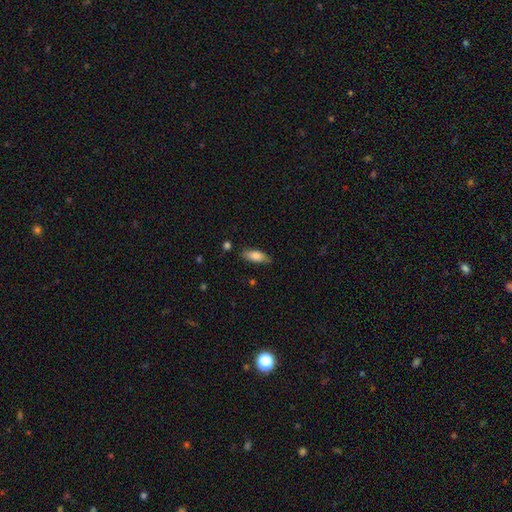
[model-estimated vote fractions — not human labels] Overall: smooth (80%). How rounded: in between (75%). Merging: none (79%).